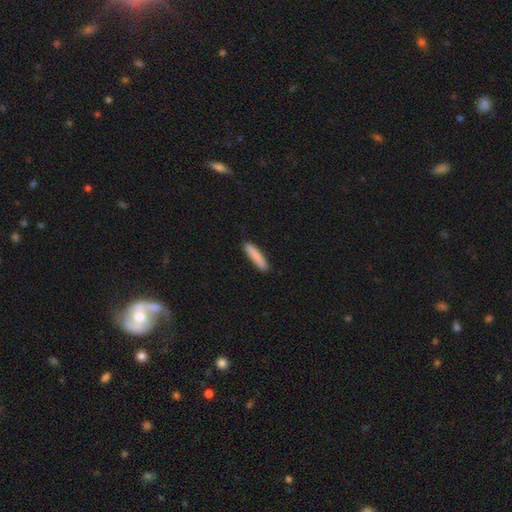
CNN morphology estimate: Smooth or featured? Predicted: smooth (p=0.86). How rounded? Predicted: cigar-shaped (p=0.89). Merging? Predicted: none (p=0.89).